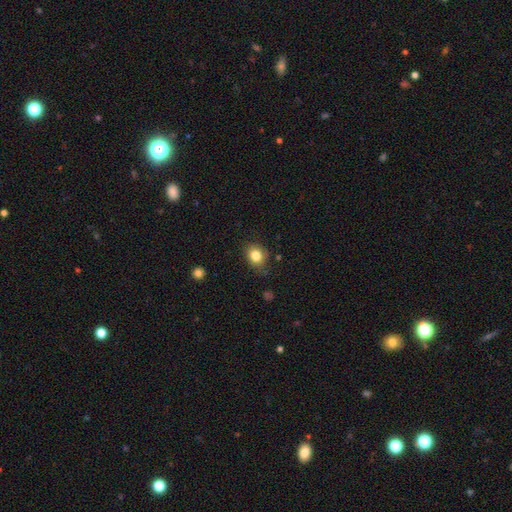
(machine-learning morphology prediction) A smooth galaxy with no disk features (82%) that is round (61%).

Vote fractions:
- Smooth or featured? smooth: 82% / star or artifact: 11% / featured or disk: 7%
- How rounded? round: 61% / in between: 38% / cigar-shaped: 1%
- Merging? none: 80% / minor disturbance: 16% / major disturbance: 3% / merger: 1%